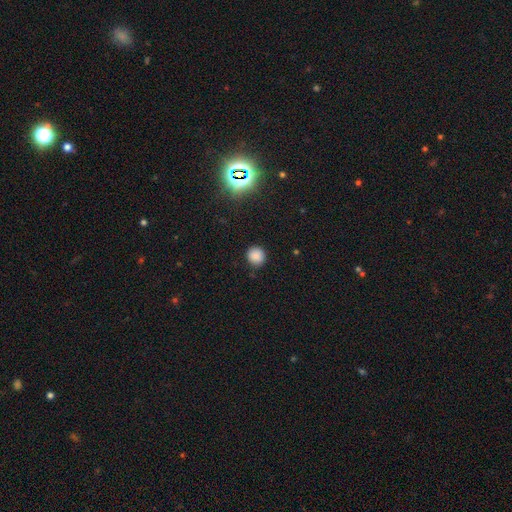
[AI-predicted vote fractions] Q: Smooth or featured?
A: smooth (84%); runner-up: star or artifact (13%)
Q: How rounded?
A: round (91%); runner-up: in between (8%)
Q: Merging?
A: none (87%); runner-up: minor disturbance (9%)